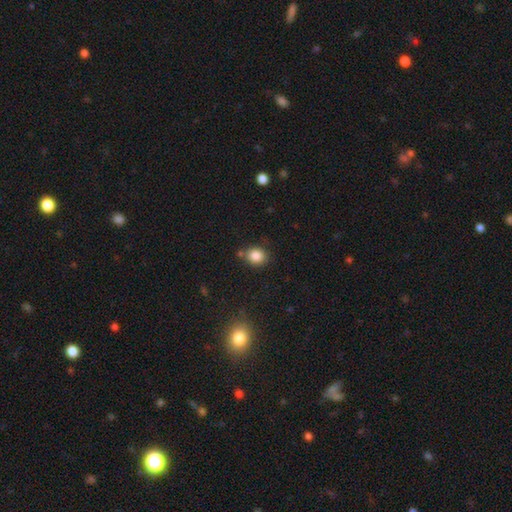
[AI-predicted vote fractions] Overall: smooth (84%). How rounded: round (67%; in between 32%). Merging: none (76%).